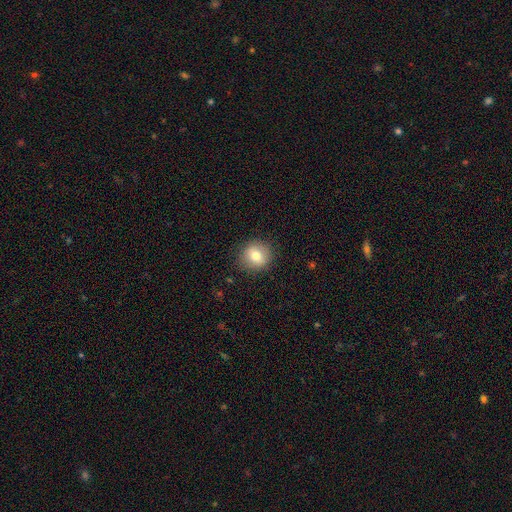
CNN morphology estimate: This is likely a smooth galaxy (77%). How rounded: clearly round (87%). Merging: clearly none (88%).